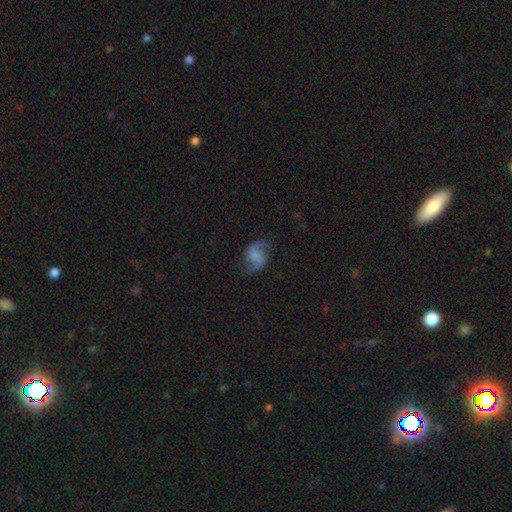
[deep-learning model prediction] A featured or disk galaxy (66%) with a weak bar (49%), 2 (91%) loose (64%) spiral arms (91%) and no central bulge (43%).

Vote fractions:
- Smooth or featured? featured or disk: 66% / smooth: 25% / star or artifact: 9%
- Edge-on disk? no: 98% / yes: 2%
- Bar? weak: 49% / no: 32% / strong: 19%
- Spiral arms? yes: 91% / no: 9%
- Spiral winding? loose: 64% / medium: 30% / tight: 6%
- Spiral arm count? 2: 91% / can't tell: 3% / 1: 3% / 3: 1% / 4: 1% / more than 4: 1%
- Bulge size? none: 43% / small: 31% / moderate: 20% / large: 5% / dominant: 2%
- Merging? none: 73% / minor disturbance: 17% / major disturbance: 8% / merger: 1%